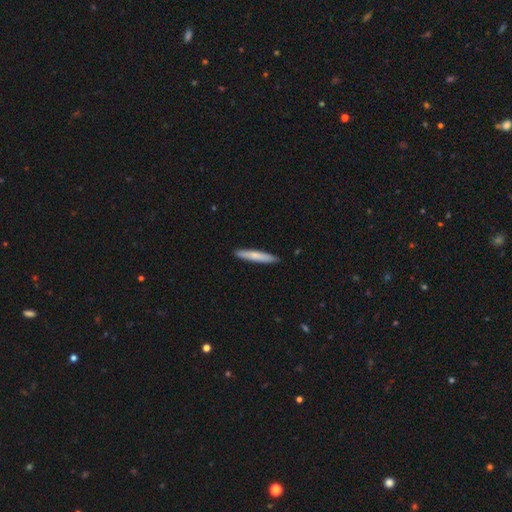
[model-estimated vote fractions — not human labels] Smooth or featured: smooth — 72% (featured or disk — 23%)
How rounded: cigar-shaped — 93% (in between — 5%)
Merging: none — 91% (minor disturbance — 6%)